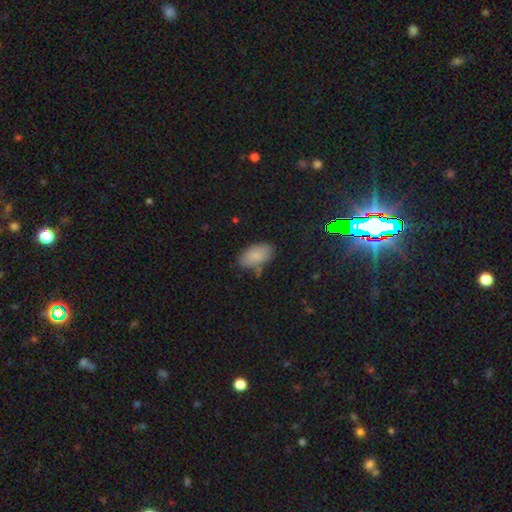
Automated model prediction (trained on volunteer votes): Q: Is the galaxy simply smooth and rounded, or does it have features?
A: smooth — 82%.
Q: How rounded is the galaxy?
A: in between — 94%.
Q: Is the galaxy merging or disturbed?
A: none — 76%.